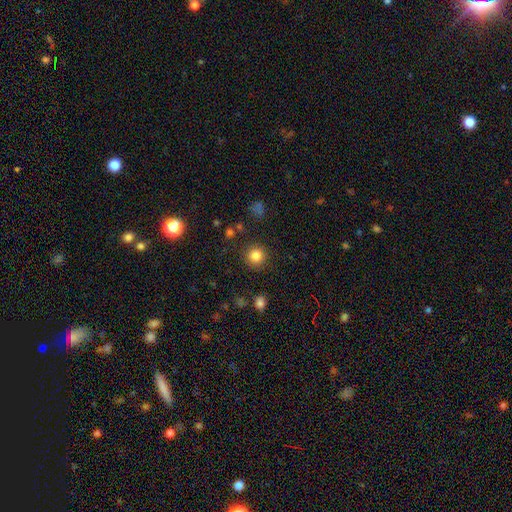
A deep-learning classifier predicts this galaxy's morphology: smooth 83%, star or artifact 12%, featured or disk 5%. Down the decision tree: how rounded — round (94%); merging — none (89%).